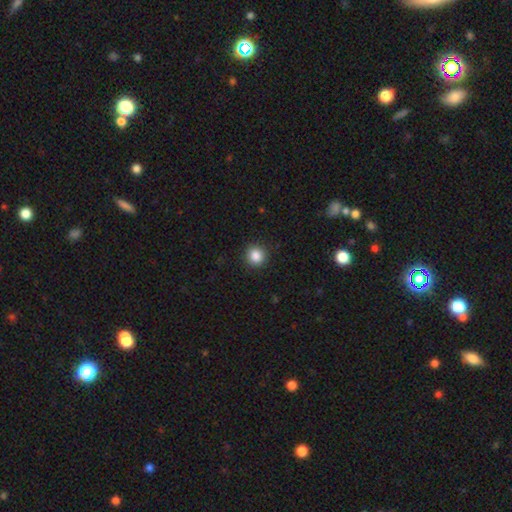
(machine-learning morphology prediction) A smooth galaxy with no disk features (86%) that is round (93%).

Vote fractions:
- Smooth or featured? smooth: 86% / star or artifact: 10% / featured or disk: 4%
- How rounded? round: 93% / in between: 6% / cigar-shaped: 1%
- Merging? none: 92% / minor disturbance: 5% / major disturbance: 2% / merger: 1%